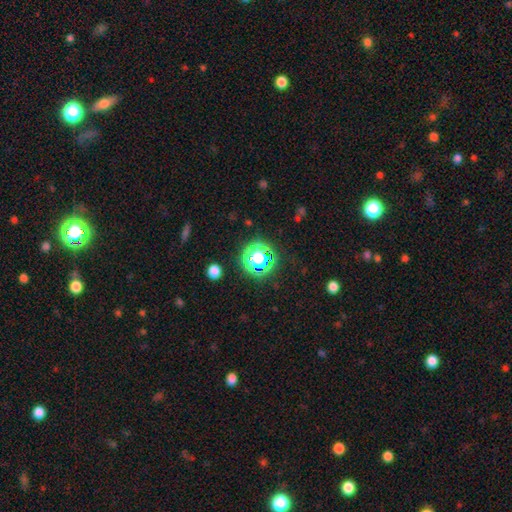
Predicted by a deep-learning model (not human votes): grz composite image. It shows a star or artifact, not a galaxy (51%).